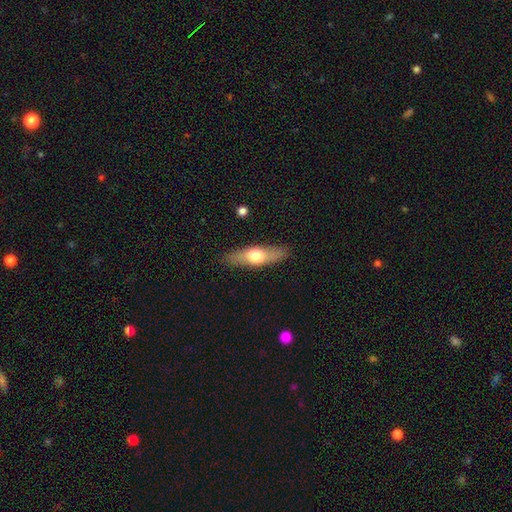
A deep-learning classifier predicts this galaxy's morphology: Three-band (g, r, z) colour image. It shows a smooth galaxy with no disk features (50%) that is cigar-shaped (55%). Merging: none (87%).